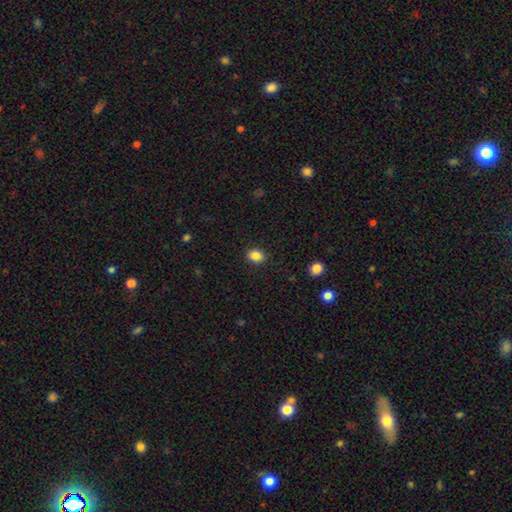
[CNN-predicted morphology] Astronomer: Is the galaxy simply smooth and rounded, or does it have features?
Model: smooth — 86%.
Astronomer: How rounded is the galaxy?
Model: round — 51% (runner-up: in between, 48%).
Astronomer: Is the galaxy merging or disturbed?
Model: none — 89%.